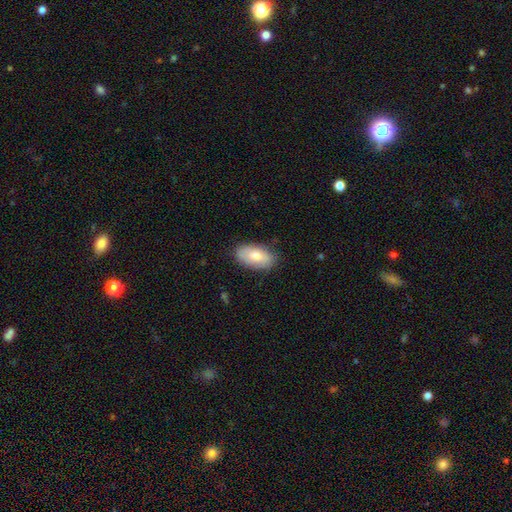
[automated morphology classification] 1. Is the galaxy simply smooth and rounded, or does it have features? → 77% smooth, 17% featured or disk, 6% star or artifact.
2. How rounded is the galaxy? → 94% in between, 4% round, 2% cigar-shaped.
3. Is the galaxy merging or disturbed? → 82% none, 14% minor disturbance, 3% major disturbance, 1% merger.